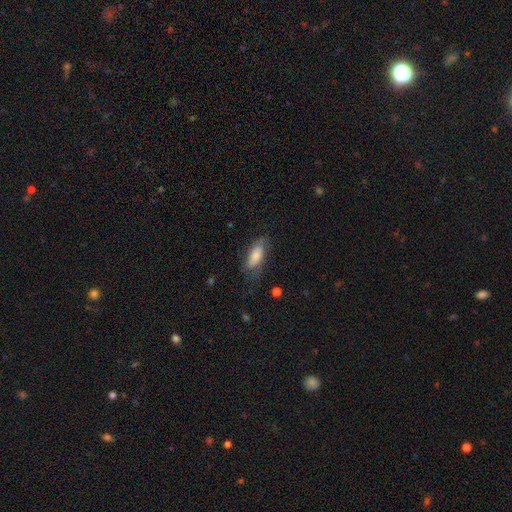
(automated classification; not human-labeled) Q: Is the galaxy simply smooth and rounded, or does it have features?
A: smooth — 71%.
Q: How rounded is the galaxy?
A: in between — 79%.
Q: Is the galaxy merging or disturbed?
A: none — 60%.